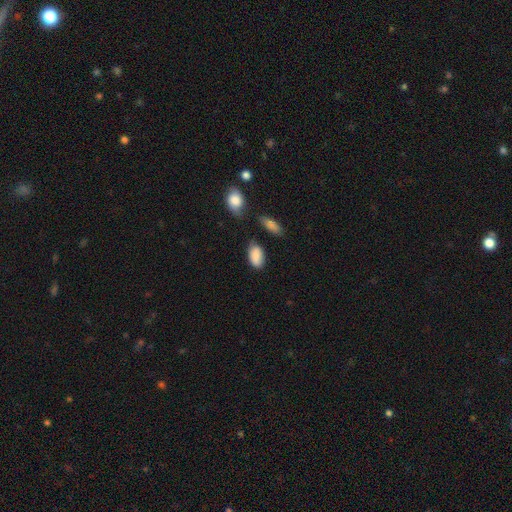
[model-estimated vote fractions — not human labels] Smooth or featured? smooth (87%)
How rounded? in between (93%)
Merging? none (67%)